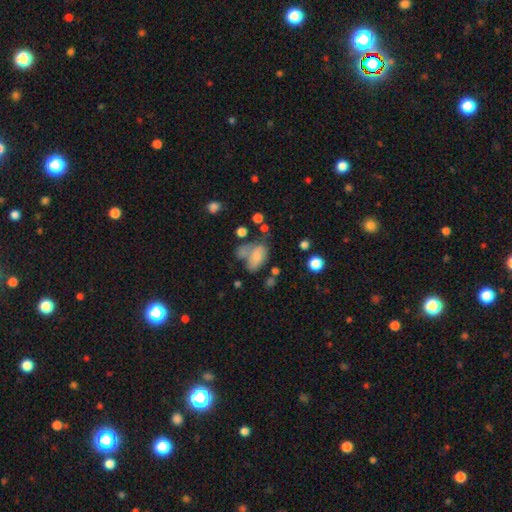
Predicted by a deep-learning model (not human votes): A smooth galaxy with no disk features (70%) that is in between round and cigar-shaped (86%).

Vote fractions:
- Smooth or featured? smooth: 70% / featured or disk: 19% / star or artifact: 11%
- How rounded? in between: 86% / round: 12% / cigar-shaped: 2%
- Merging? none: 30% / merger: 28% / minor disturbance: 22% / major disturbance: 19%